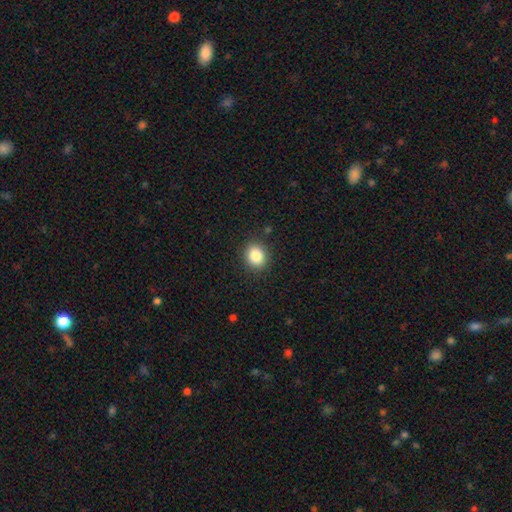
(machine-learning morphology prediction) Q: Smooth or featured?
A: smooth (84%); runner-up: star or artifact (10%)
Q: How rounded?
A: round (66%); runner-up: in between (33%)
Q: Merging?
A: none (88%); runner-up: minor disturbance (8%)